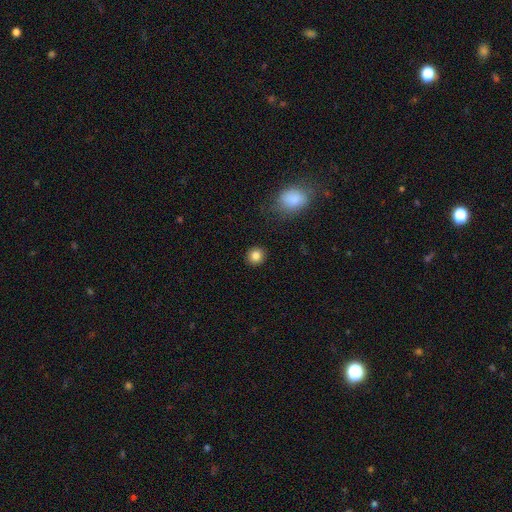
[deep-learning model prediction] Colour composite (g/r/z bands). It shows a smooth galaxy with no disk features (84%) that is round (90%). Merging: none (91%).